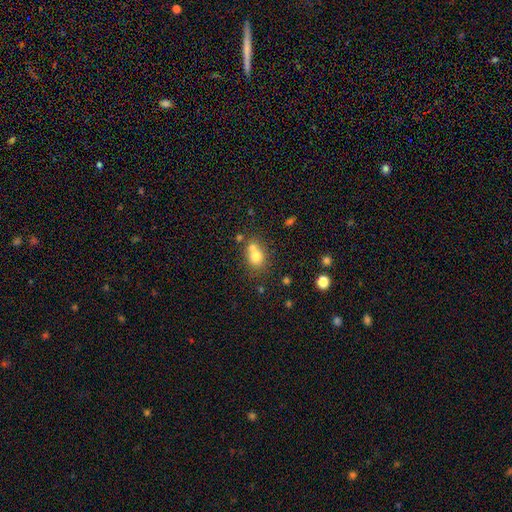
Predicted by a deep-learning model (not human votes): This appears to be a smooth galaxy with no disk features (71%) that is round (66%). Merging: merger (48%).